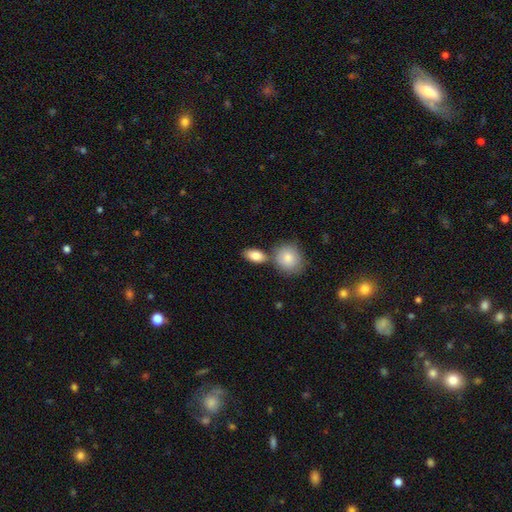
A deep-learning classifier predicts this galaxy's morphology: A smooth galaxy with no disk features (85%) that is in between round and cigar-shaped (87%).

Vote fractions:
- Smooth or featured? smooth: 85% / featured or disk: 9% / star or artifact: 7%
- How rounded? in between: 87% / round: 10% / cigar-shaped: 3%
- Merging? none: 64% / merger: 22% / minor disturbance: 11% / major disturbance: 3%